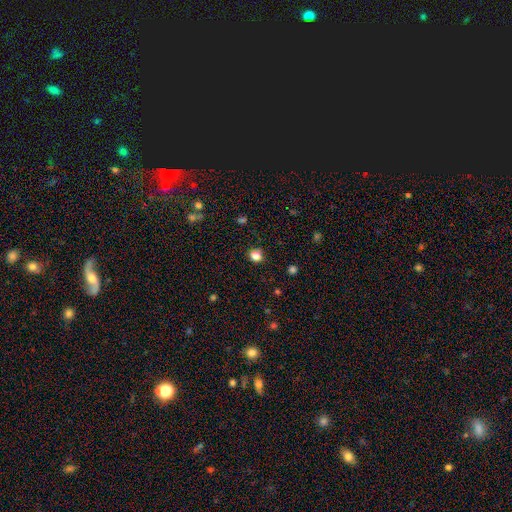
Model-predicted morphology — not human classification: Overall: smooth (82%). How rounded: round (78%). Merging: none (89%).